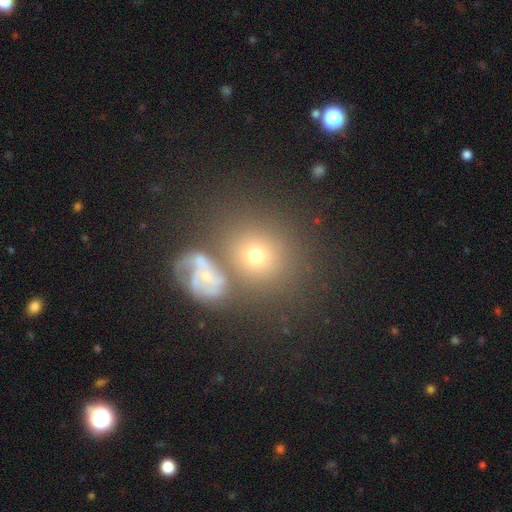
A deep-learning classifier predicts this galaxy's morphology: A smooth galaxy with no disk features (55%) that is round (79%). Merging: none (59%).